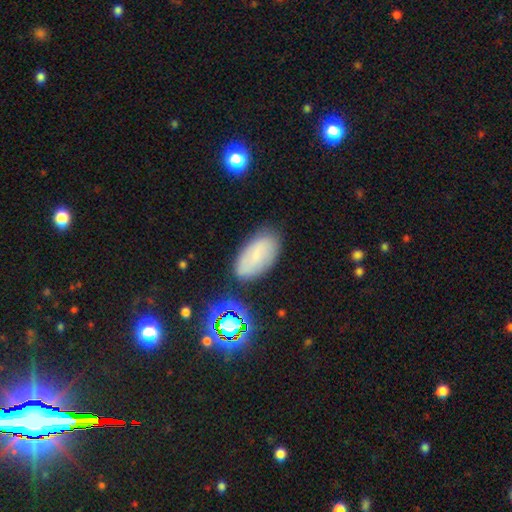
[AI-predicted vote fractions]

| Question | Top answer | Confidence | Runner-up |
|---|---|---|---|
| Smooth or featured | smooth | 63% | featured or disk (25%) |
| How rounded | in between | 93% | cigar-shaped (4%) |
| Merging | none | 78% | minor disturbance (15%) |